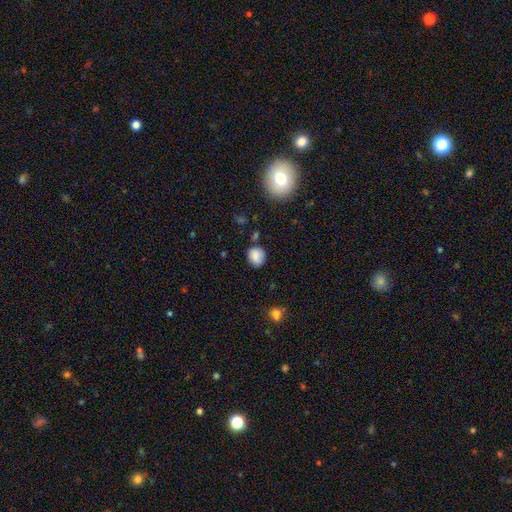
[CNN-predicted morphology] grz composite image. It shows a smooth galaxy with no disk features (84%) that is round (74%). Merging: none (78%).